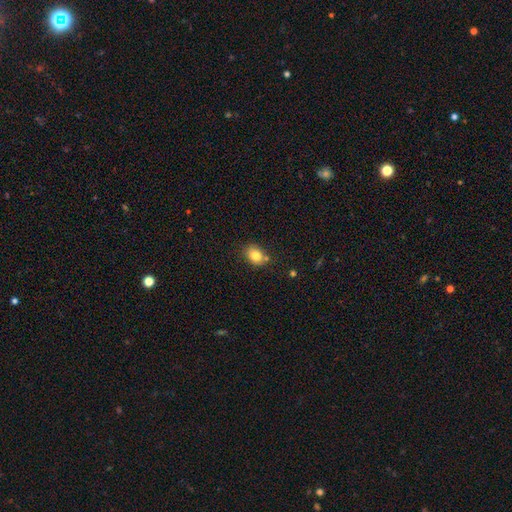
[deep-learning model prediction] Smooth or featured?
  - smooth: 82% *
  - star or artifact: 10%
  - featured or disk: 8%
How rounded?
  - in between: 62% *
  - round: 37%
  - cigar-shaped: 1%
Merging?
  - none: 70% *
  - minor disturbance: 16%
  - merger: 10%
  - major disturbance: 4%